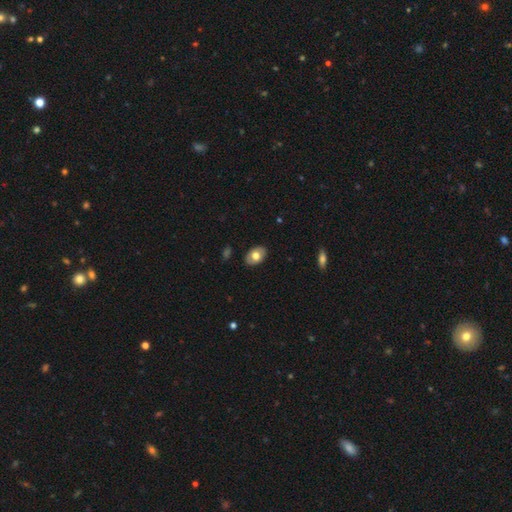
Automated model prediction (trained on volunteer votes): This appears to be a smooth galaxy with no disk features (70%) that is in between round and cigar-shaped (87%). Merging: none (87%).